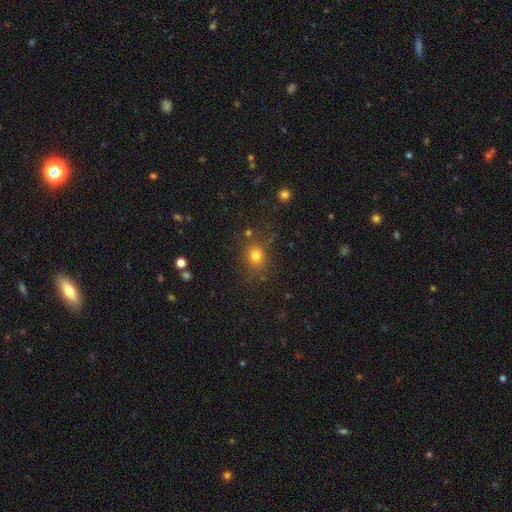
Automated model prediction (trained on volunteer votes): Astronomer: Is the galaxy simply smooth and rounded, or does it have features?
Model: smooth — 77%.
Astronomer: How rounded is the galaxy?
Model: round — 71%.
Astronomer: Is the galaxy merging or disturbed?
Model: none — 78%.